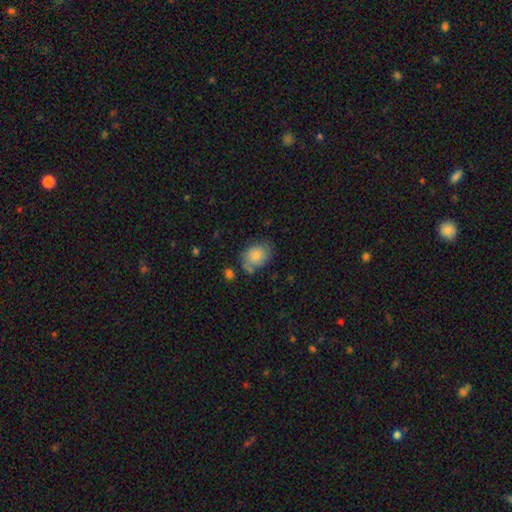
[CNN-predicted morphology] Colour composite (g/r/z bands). It shows a smooth galaxy with no disk features (77%) that is in between round and cigar-shaped (69%). Merging: none (62%).